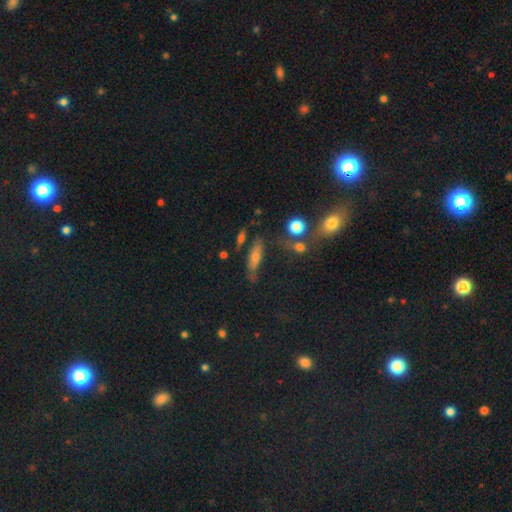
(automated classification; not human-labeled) smooth_or_featured: smooth (p=0.50) [alt: featured or disk p=0.34]
merging: none (p=0.59) [alt: minor disturbance p=0.20]